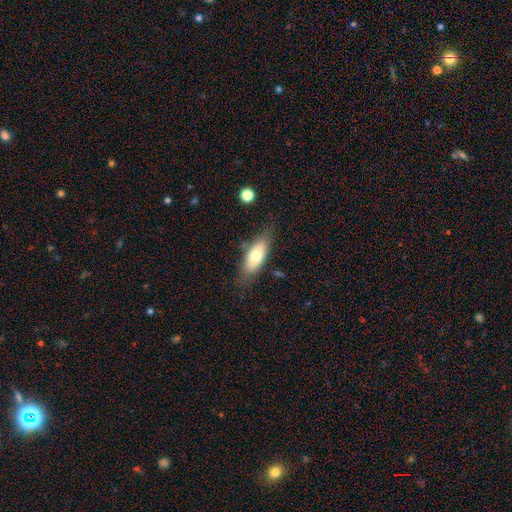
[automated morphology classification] Q: Smooth or featured?
A: smooth (70%); runner-up: featured or disk (23%)
Q: How rounded?
A: in between (78%); runner-up: cigar-shaped (20%)
Q: Merging?
A: none (73%); runner-up: minor disturbance (18%)